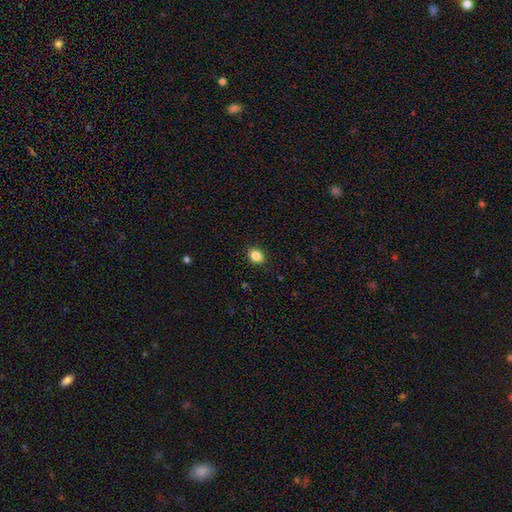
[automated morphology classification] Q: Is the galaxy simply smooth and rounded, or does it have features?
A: smooth — 86%.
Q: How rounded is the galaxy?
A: in between — 56%.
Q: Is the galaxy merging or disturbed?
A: none — 88%.